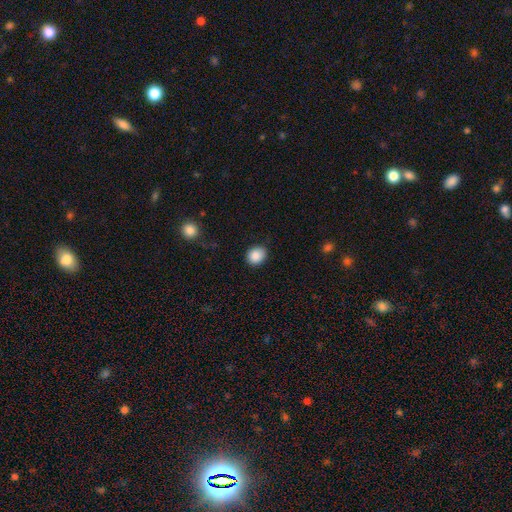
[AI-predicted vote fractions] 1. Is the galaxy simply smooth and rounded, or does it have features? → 88% smooth, 9% star or artifact, 3% featured or disk.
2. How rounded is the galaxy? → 63% round, 36% in between, 1% cigar-shaped.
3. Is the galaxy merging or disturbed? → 85% none, 11% minor disturbance, 3% major disturbance, 1% merger.